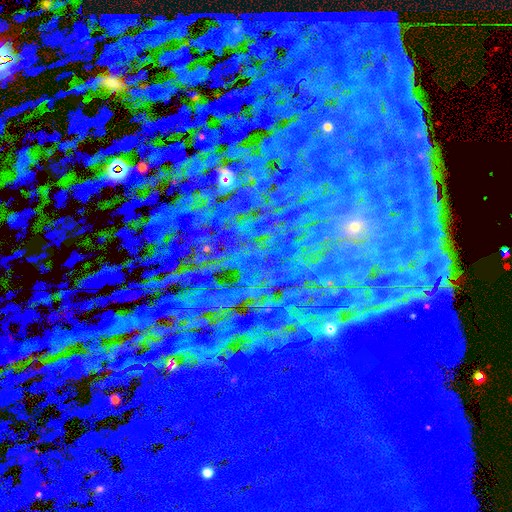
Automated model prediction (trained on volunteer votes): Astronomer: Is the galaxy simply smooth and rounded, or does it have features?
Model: star or artifact — 81%.